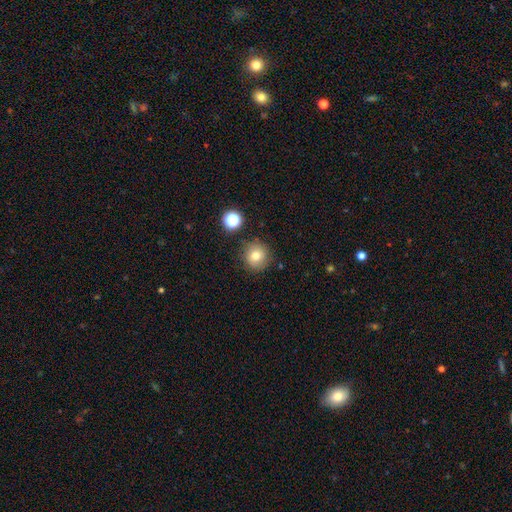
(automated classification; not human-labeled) Smooth or featured?
  - smooth: 77% *
  - star or artifact: 13%
  - featured or disk: 10%
How rounded?
  - round: 93% *
  - in between: 6%
  - cigar-shaped: 1%
Merging?
  - none: 85% *
  - minor disturbance: 9%
  - merger: 3%
  - major disturbance: 3%